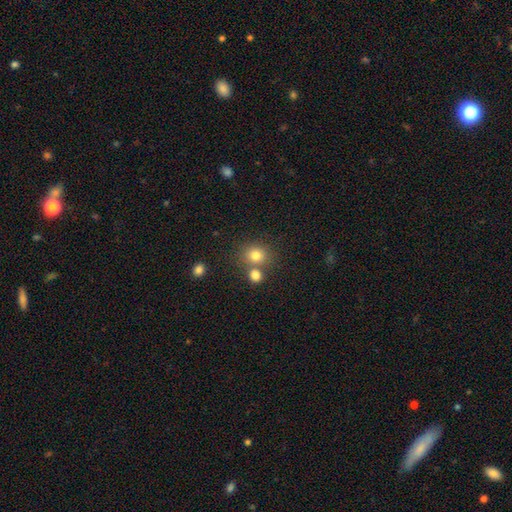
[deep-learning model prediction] Q: Smooth or featured?
A: smooth (79%); runner-up: star or artifact (13%)
Q: How rounded?
A: round (78%); runner-up: in between (21%)
Q: Merging?
A: none (62%); runner-up: merger (26%)